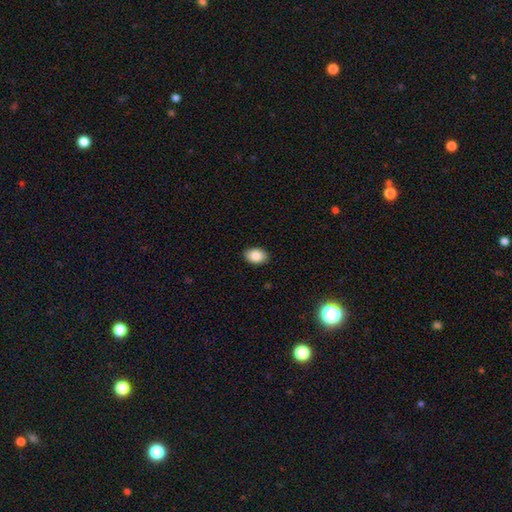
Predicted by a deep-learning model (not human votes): Morphology: type=smooth (87%); roundness=in between (83%); merging=none (90%).